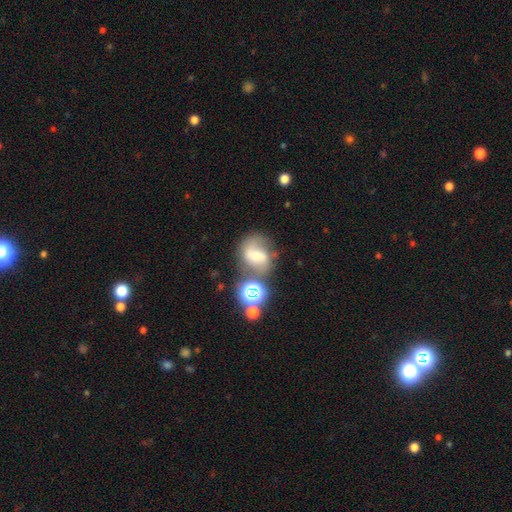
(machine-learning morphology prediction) Q: Smooth or featured?
A: featured or disk (55%); runner-up: smooth (30%)
Q: Edge-on disk?
A: no (97%); runner-up: yes (3%)
Q: Bar?
A: weak (43%); runner-up: no (38%)
Q: Spiral arms?
A: yes (86%); runner-up: no (14%)
Q: Bulge size?
A: moderate (41%); runner-up: small (35%)
Q: Merging?
A: none (54%); runner-up: minor disturbance (19%)